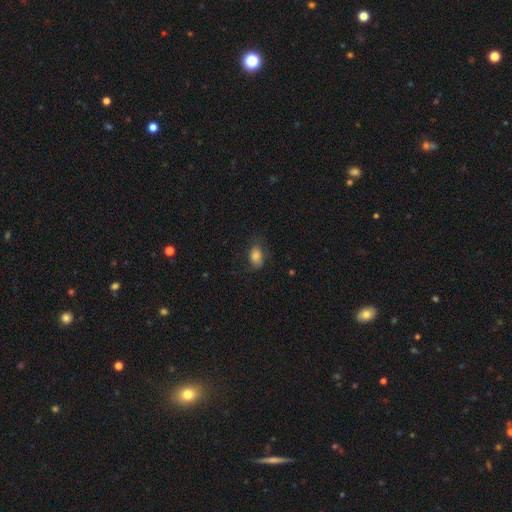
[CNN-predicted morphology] A smooth galaxy with no disk features (81%) that is in between round and cigar-shaped (82%). Merging: none (65%).